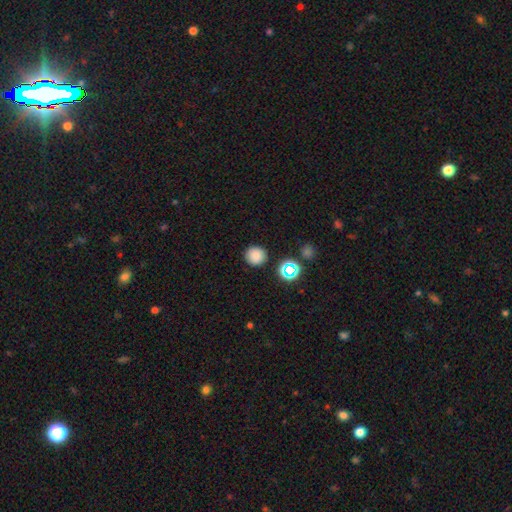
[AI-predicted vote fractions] smooth 80%, star or artifact 15%, featured or disk 5%. Down the decision tree: how rounded — round (94%); merging — none (89%).